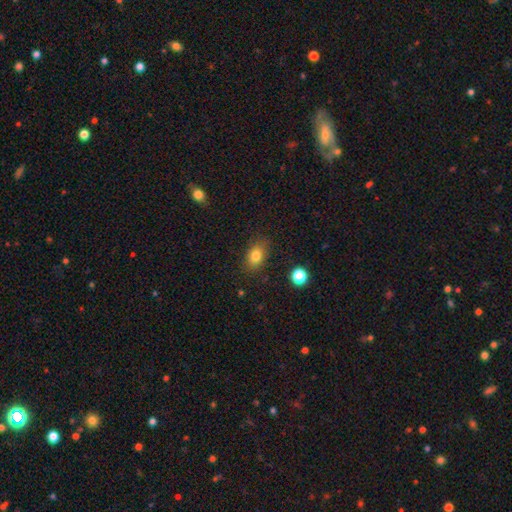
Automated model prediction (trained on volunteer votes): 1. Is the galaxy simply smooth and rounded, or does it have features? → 81% smooth, 11% star or artifact, 9% featured or disk.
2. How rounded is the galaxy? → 77% in between, 21% round, 2% cigar-shaped.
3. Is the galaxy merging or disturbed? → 82% none, 13% minor disturbance, 4% major disturbance, 2% merger.